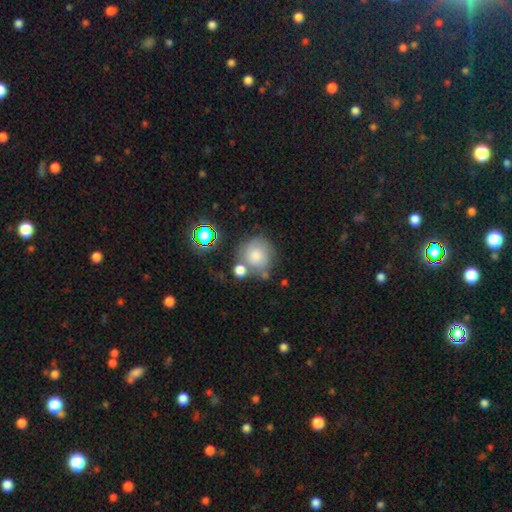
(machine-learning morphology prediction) This is likely a smooth galaxy (75%). How rounded: clearly round (88%). Merging: possibly none (54%).